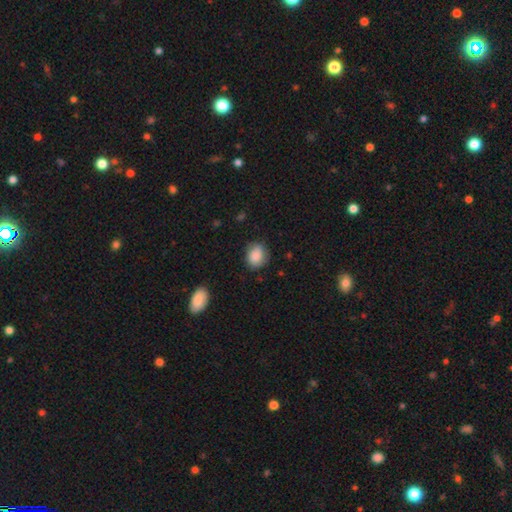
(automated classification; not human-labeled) A smooth galaxy with no disk features (85%) that is round (53%).

Vote fractions:
- Smooth or featured? smooth: 85% / star or artifact: 7% / featured or disk: 7%
- How rounded? round: 53% / in between: 45% / cigar-shaped: 1%
- Merging? none: 74% / minor disturbance: 20% / major disturbance: 5% / merger: 1%